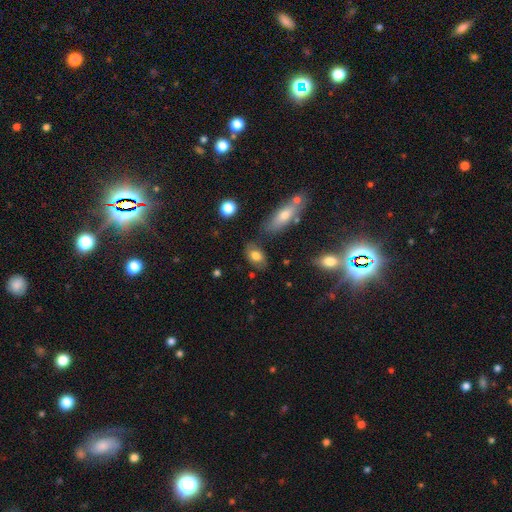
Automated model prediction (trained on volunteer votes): This appears to be a smooth galaxy with no disk features (75%) that is in between round and cigar-shaped (84%). Merging: none (70%).